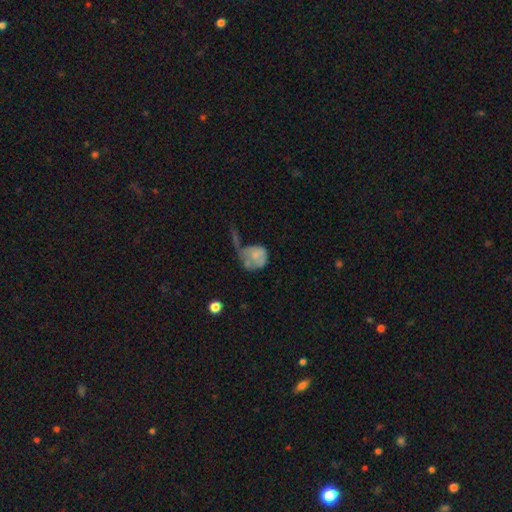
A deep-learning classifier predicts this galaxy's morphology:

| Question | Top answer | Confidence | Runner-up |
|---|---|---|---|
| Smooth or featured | smooth | 61% | featured or disk (31%) |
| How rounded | round | 62% | in between (37%) |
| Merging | major disturbance | 44% | minor disturbance (19%) |